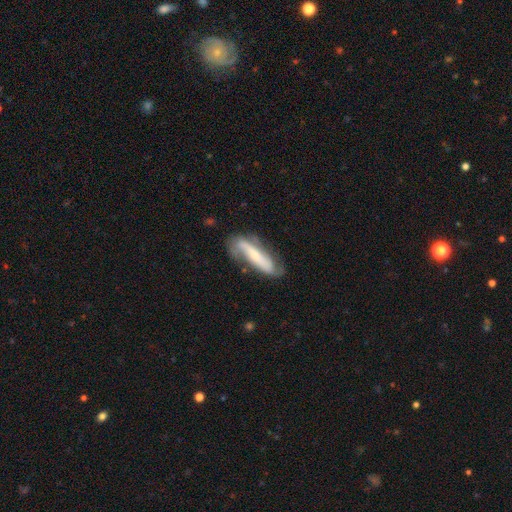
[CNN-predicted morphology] featured or disk 63%, smooth 30%, star or artifact 7%. Down the decision tree: edge-on disk — no (74%); merging — none (61%).